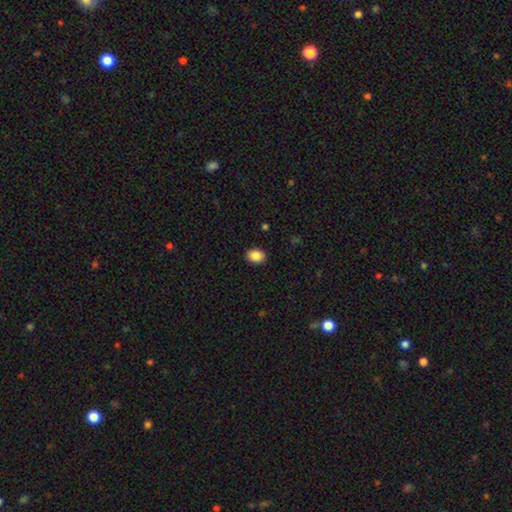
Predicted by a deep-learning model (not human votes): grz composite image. It shows a smooth galaxy with no disk features (87%) that is in between round and cigar-shaped (66%). Merging: none (90%).